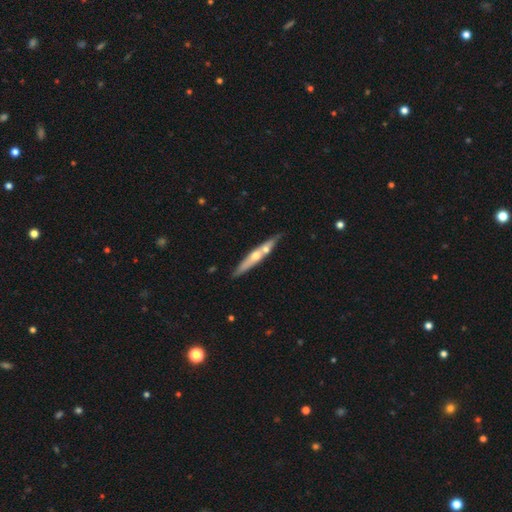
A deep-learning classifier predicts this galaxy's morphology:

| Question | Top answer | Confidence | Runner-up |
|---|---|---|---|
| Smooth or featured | featured or disk | 60% | smooth (34%) |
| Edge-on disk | yes | 91% | no (9%) |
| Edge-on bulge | rounded | 83% | none (14%) |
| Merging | none | 72% | merger (15%) |